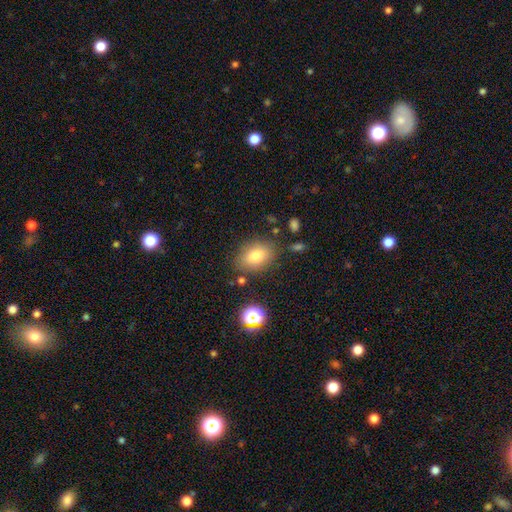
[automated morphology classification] Q: Smooth or featured?
A: smooth (79%); runner-up: star or artifact (11%)
Q: How rounded?
A: in between (79%); runner-up: round (19%)
Q: Merging?
A: none (79%); runner-up: minor disturbance (13%)